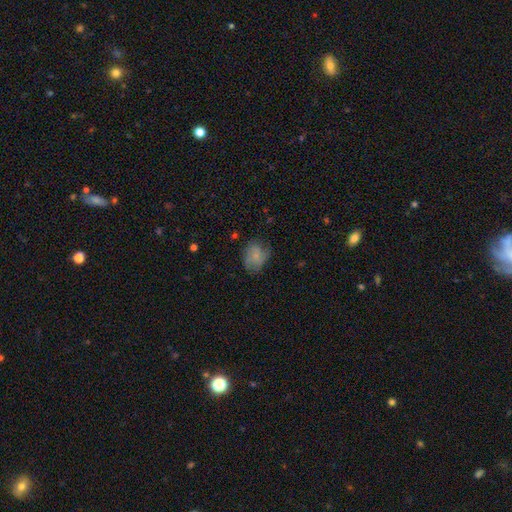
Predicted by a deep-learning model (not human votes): Smooth or featured? Predicted: smooth (p=0.61). How rounded? Predicted: in between (p=0.53). Merging? Predicted: none (p=0.57).